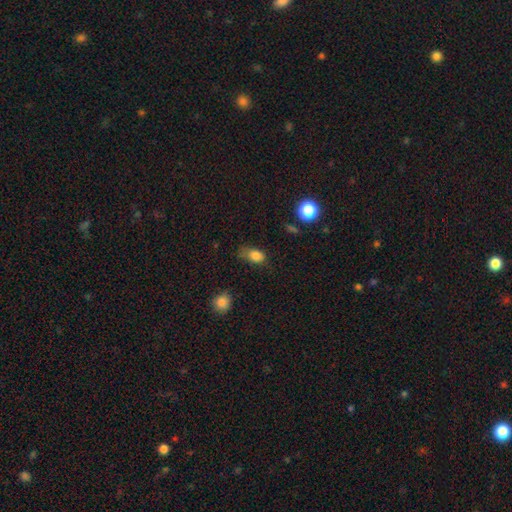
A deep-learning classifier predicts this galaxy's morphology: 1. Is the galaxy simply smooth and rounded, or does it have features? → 83% smooth, 10% star or artifact, 7% featured or disk.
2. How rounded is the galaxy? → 76% in between, 21% round, 3% cigar-shaped.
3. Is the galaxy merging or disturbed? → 42% none, 38% minor disturbance, 17% major disturbance, 3% merger.